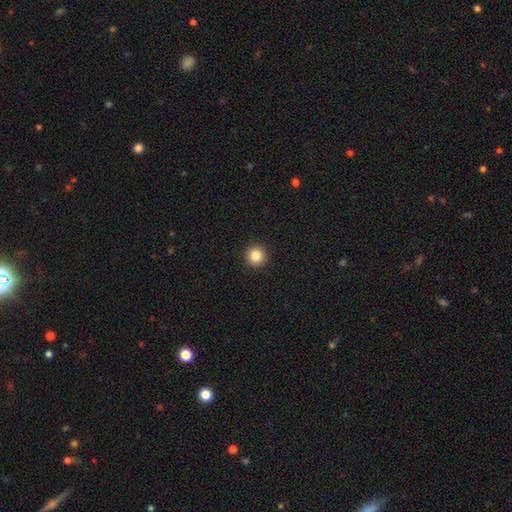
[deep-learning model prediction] Overall: smooth (85%). How rounded: round (96%). Merging: none (94%).